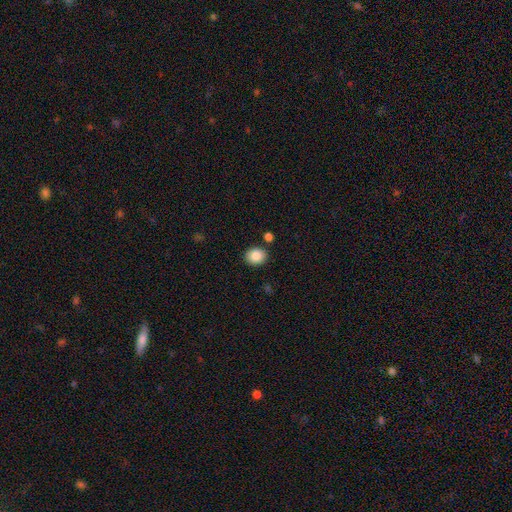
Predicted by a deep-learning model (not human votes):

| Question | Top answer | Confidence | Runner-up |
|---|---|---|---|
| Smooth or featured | smooth | 86% | star or artifact (8%) |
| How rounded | round | 67% | in between (32%) |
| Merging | none | 87% | minor disturbance (8%) |